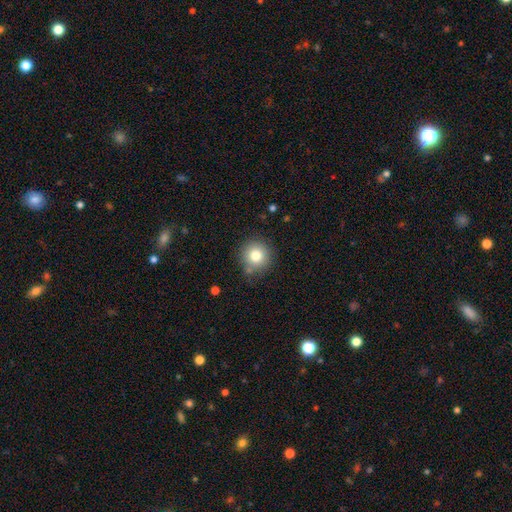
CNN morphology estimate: Q: Smooth or featured?
A: smooth (80%); runner-up: star or artifact (11%)
Q: How rounded?
A: round (93%); runner-up: in between (6%)
Q: Merging?
A: none (81%); runner-up: minor disturbance (12%)